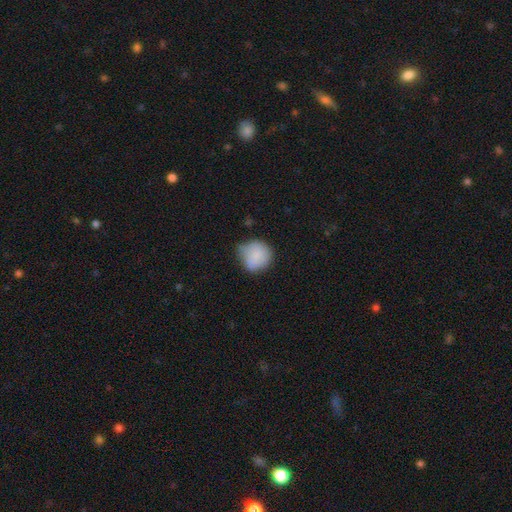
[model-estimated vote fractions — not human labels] Q: Smooth or featured?
A: smooth (83%); runner-up: featured or disk (9%)
Q: How rounded?
A: round (86%); runner-up: in between (13%)
Q: Merging?
A: none (49%); runner-up: minor disturbance (38%)